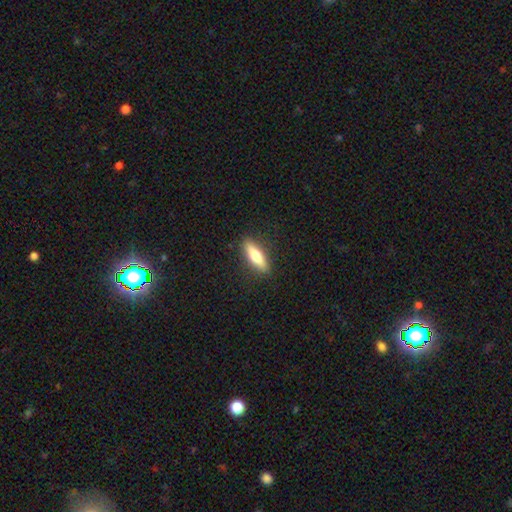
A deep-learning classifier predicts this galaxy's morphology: A smooth galaxy with no disk features (62%) that is cigar-shaped (60%).

Vote fractions:
- Smooth or featured? smooth: 62% / featured or disk: 32% / star or artifact: 6%
- How rounded? cigar-shaped: 60% / in between: 38% / round: 2%
- Merging? none: 88% / minor disturbance: 9% / major disturbance: 2% / merger: 1%